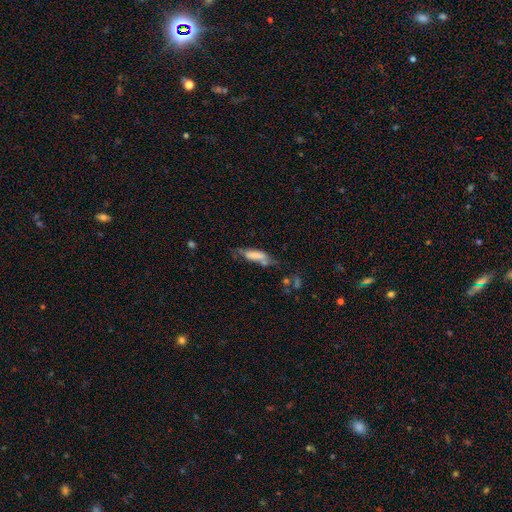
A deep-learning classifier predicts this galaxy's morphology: The model was most divided on "merging": none: 38%, minor disturbance: 29%, major disturbance: 21%, merger: 13%. More confident: smooth or featured — smooth (66%); how rounded — cigar-shaped (55%).